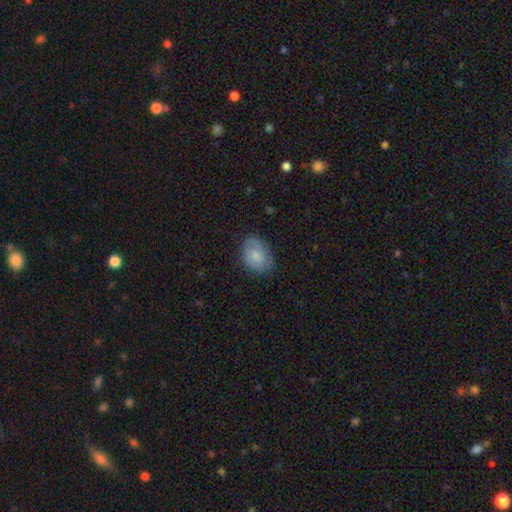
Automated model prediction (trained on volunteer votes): Overall: smooth (67%). How rounded: in between (72%). Merging: none (76%).